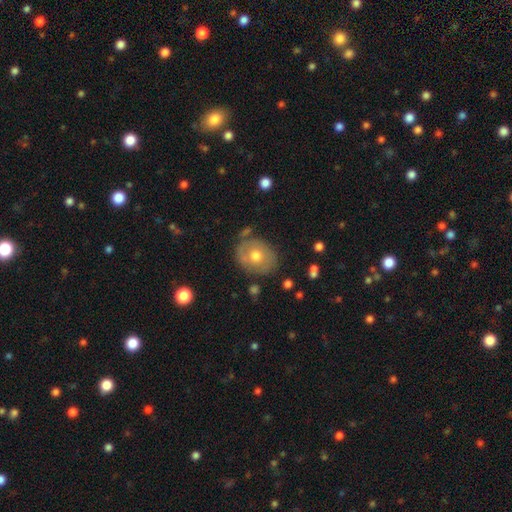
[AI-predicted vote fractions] Q: Smooth or featured?
A: smooth (55%); runner-up: featured or disk (37%)
Q: How rounded?
A: round (60%); runner-up: in between (39%)
Q: Merging?
A: none (74%); runner-up: minor disturbance (17%)